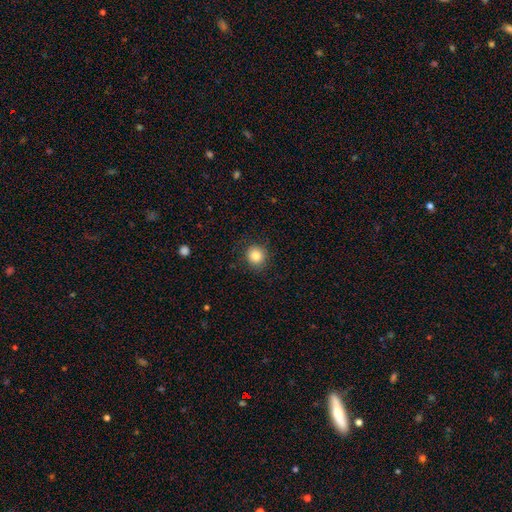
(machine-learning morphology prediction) smooth-or-featured: smooth: 84% | star or artifact: 10% | featured or disk: 6%
  how-rounded: round: 90% | in between: 9% | cigar-shaped: 1%
  merging: none: 88% | minor disturbance: 9% | major disturbance: 3% | merger: 1%